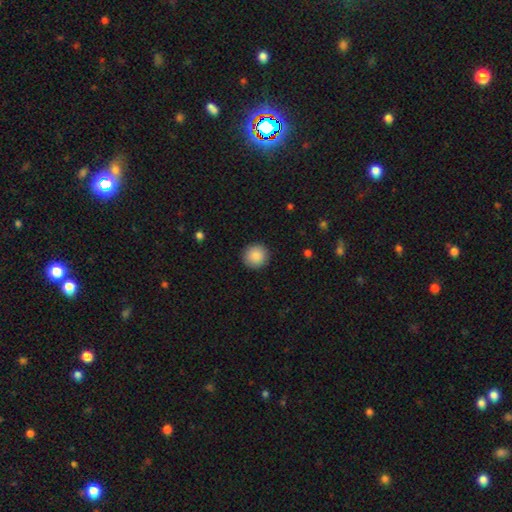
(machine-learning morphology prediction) smooth 88%, star or artifact 8%, featured or disk 4%. Down the decision tree: how rounded — round (95%); merging — none (92%).